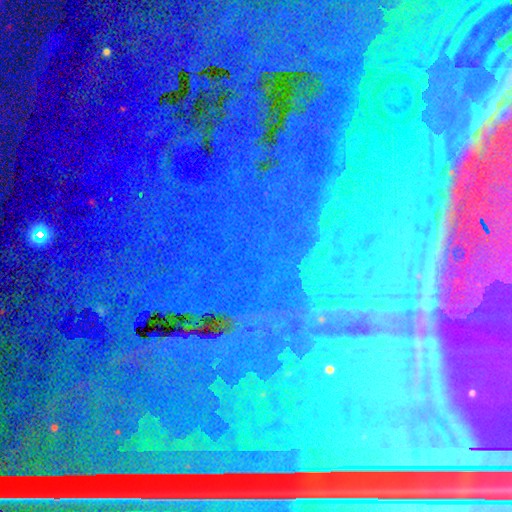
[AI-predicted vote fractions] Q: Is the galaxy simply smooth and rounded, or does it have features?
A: star or artifact — 84%.